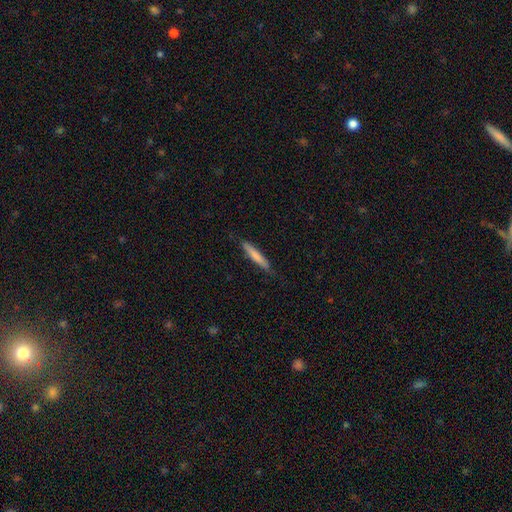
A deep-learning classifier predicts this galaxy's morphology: Overall: smooth (73%). How rounded: cigar-shaped (94%). Merging: none (85%).